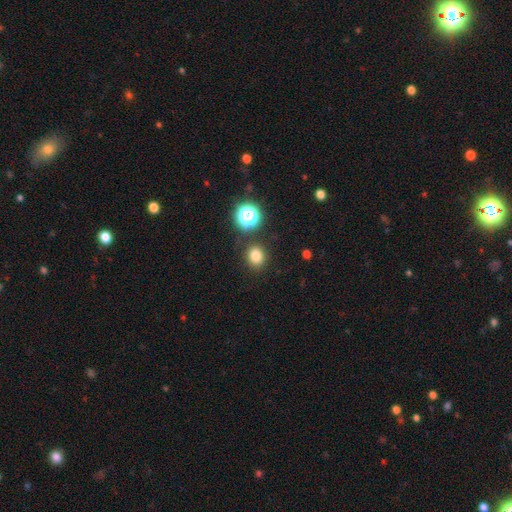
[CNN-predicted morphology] Smooth or featured? Predicted: smooth (p=0.79). How rounded? Predicted: round (p=0.71). Merging? Predicted: none (p=0.85).